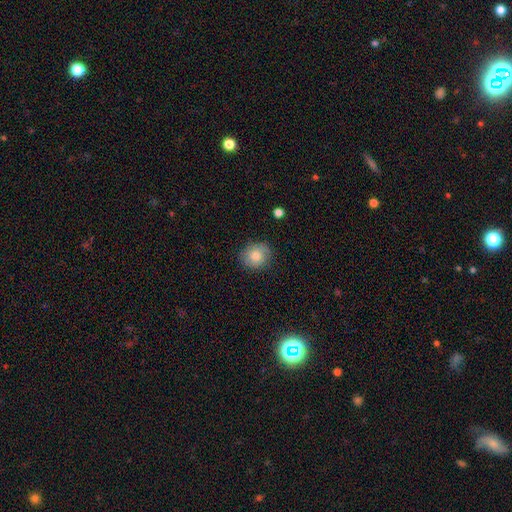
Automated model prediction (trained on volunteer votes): smooth 82%, featured or disk 10%, star or artifact 8%. Down the decision tree: how rounded — round (76%); merging — none (83%).